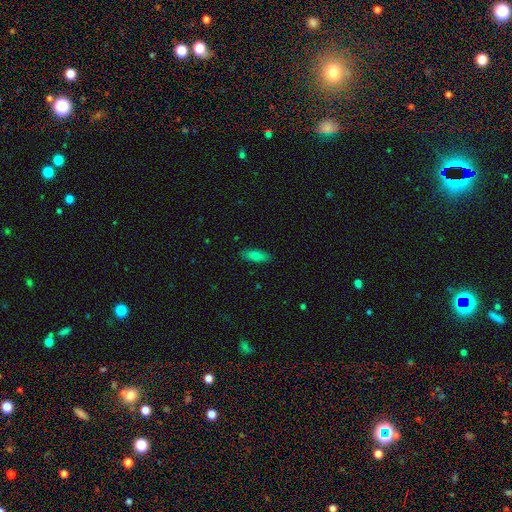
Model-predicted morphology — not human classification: Q: Smooth or featured?
A: smooth (80%); runner-up: featured or disk (12%)
Q: How rounded?
A: in between (62%); runner-up: cigar-shaped (36%)
Q: Merging?
A: none (87%); runner-up: minor disturbance (10%)